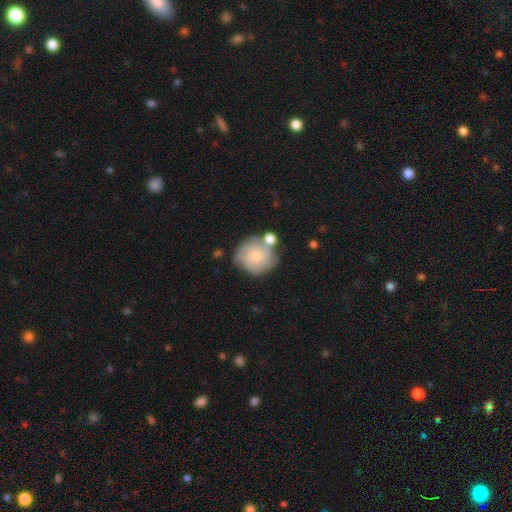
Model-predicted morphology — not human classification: A featured or disk galaxy (51%).

Vote fractions:
- Smooth or featured? featured or disk: 51% / smooth: 42% / star or artifact: 7%
- Edge-on disk? no: 98% / yes: 2%
- Merging? none: 55% / minor disturbance: 20% / merger: 18% / major disturbance: 8%